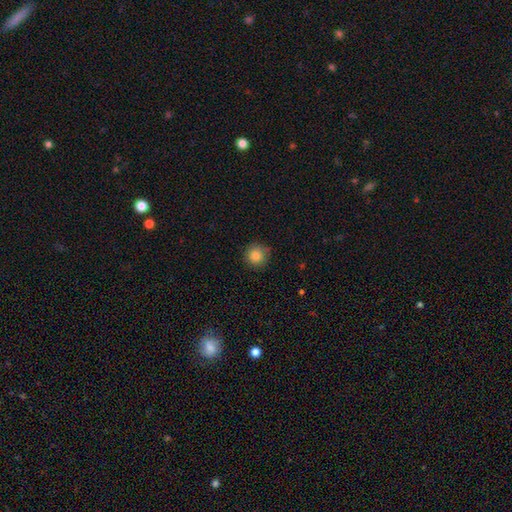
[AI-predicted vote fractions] A smooth galaxy with no disk features (84%) that is round (94%). Merging: none (85%).